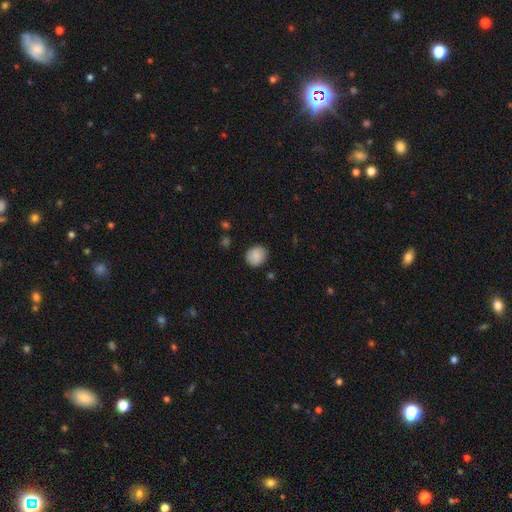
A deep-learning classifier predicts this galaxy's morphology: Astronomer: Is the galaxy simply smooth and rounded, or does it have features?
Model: smooth — 85%.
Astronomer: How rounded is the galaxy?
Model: round — 80%.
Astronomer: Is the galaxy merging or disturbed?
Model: none — 84%.